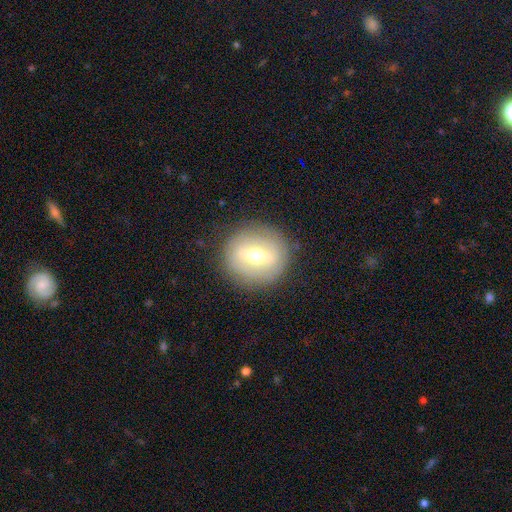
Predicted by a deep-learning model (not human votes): Smooth or featured? featured or disk (57%)
Edge-on disk? no (83%)
Merging? none (85%)